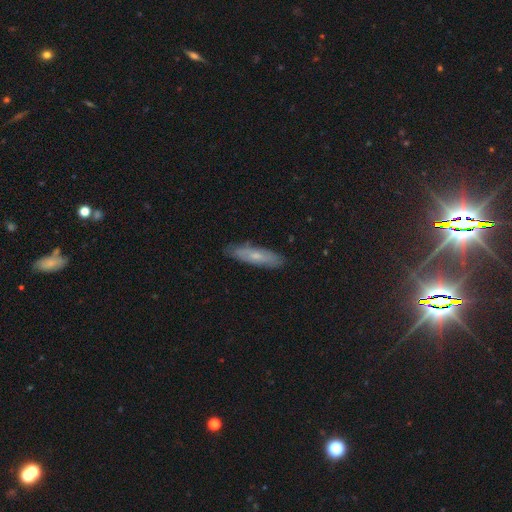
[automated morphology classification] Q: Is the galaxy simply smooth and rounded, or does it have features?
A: smooth — 53%.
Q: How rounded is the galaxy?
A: cigar-shaped — 68%.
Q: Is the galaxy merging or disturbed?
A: none — 84%.